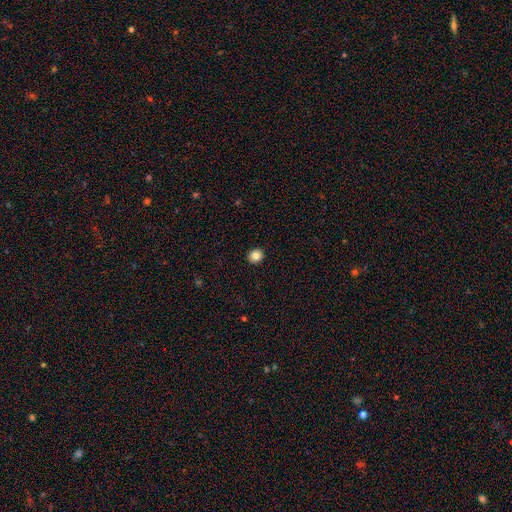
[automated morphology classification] The model was most divided on "how rounded": round: 86%, in between: 13%, cigar-shaped: 1%. More confident: merging — none (93%); smooth or featured — smooth (84%).